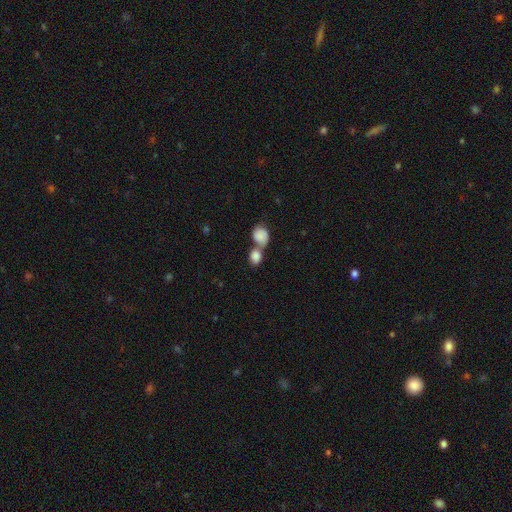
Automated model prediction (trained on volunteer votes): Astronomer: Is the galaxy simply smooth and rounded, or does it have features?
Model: smooth — 86%.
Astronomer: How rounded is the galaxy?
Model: in between — 50% (runner-up: round, 48%).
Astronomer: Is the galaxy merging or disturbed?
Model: merger — 64%.